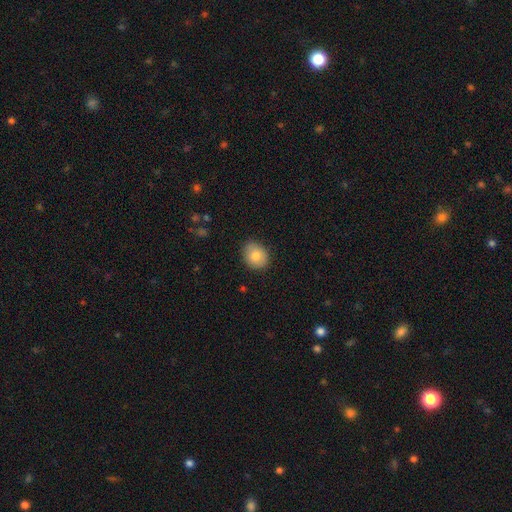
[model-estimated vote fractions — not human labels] Smooth or featured: smooth — 83% (featured or disk — 10%)
How rounded: round — 50% (in between — 49%)
Merging: none — 84% (minor disturbance — 13%)